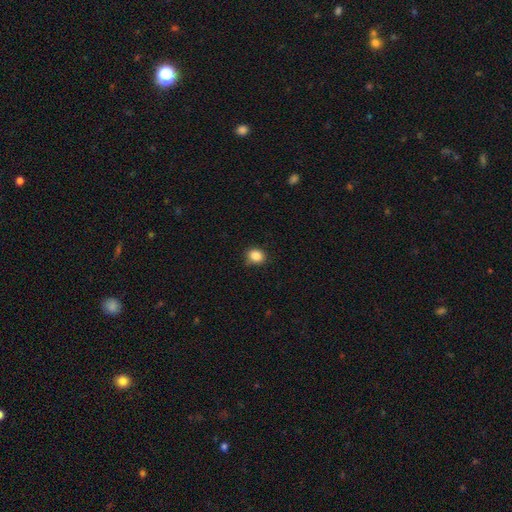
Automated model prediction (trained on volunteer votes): A smooth galaxy with no disk features (87%) that is round (68%).

Vote fractions:
- Smooth or featured? smooth: 87% / star or artifact: 10% / featured or disk: 3%
- How rounded? round: 68% / in between: 31% / cigar-shaped: 1%
- Merging? none: 81% / minor disturbance: 15% / major disturbance: 3% / merger: 1%